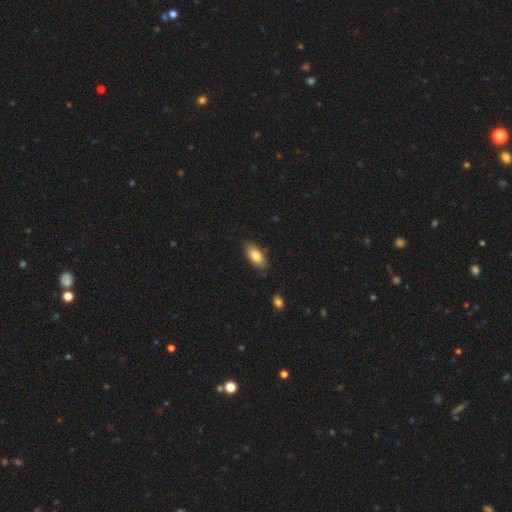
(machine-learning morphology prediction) Smooth or featured? Predicted: smooth (p=0.83). How rounded? Predicted: in between (p=0.88). Merging? Predicted: none (p=0.82).